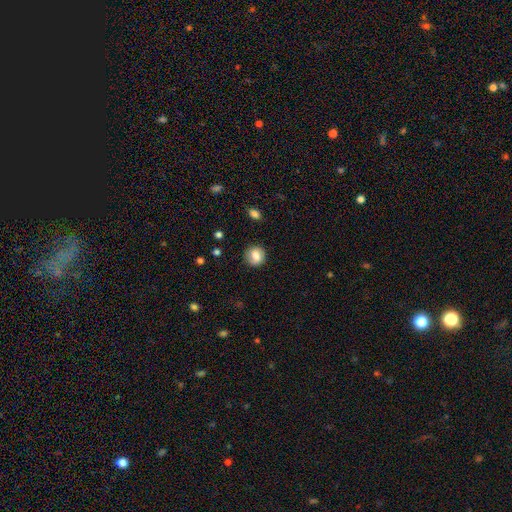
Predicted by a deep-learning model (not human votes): Smooth or featured? smooth (74%)
How rounded? round (86%)
Merging? none (85%)